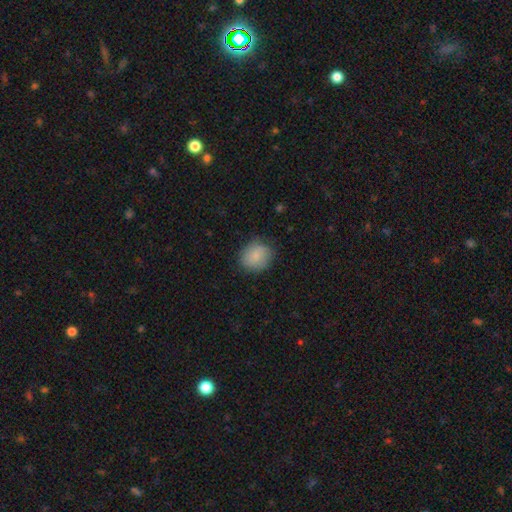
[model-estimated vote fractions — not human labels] Smooth or featured? smooth (83%)
How rounded? round (71%)
Merging? none (78%)